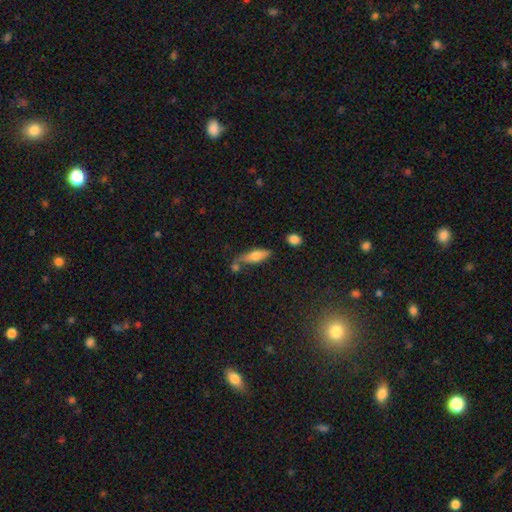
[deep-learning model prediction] The model was most divided on "how rounded": cigar-shaped: 49%, in between: 48%, round: 3%. More confident: smooth or featured — smooth (63%); merging — none (59%).